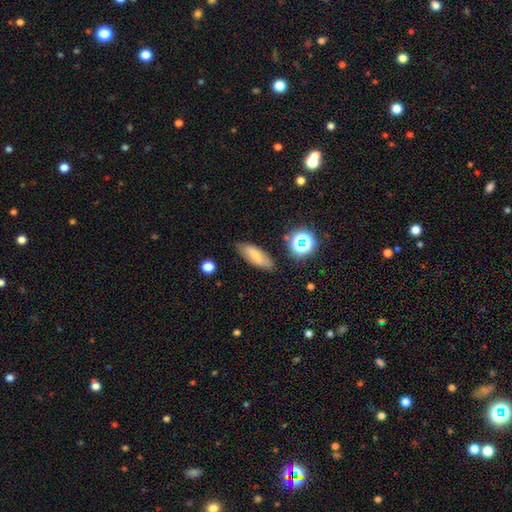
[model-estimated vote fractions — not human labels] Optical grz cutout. It shows a smooth galaxy with no disk features (70%) that is in between round and cigar-shaped (66%). Merging: none (77%).